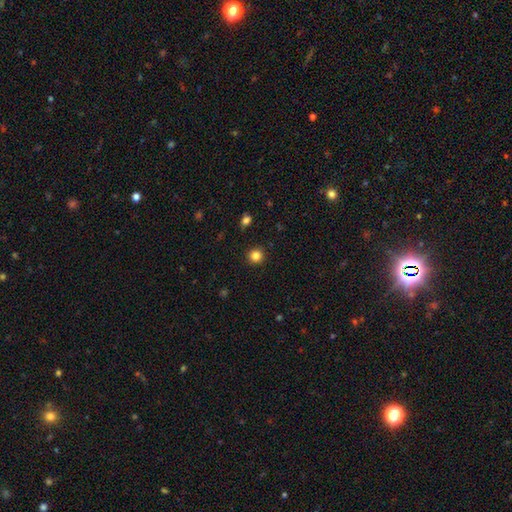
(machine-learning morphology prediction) Q: Smooth or featured?
A: smooth (84%); runner-up: star or artifact (12%)
Q: How rounded?
A: round (94%); runner-up: in between (5%)
Q: Merging?
A: none (92%); runner-up: minor disturbance (5%)